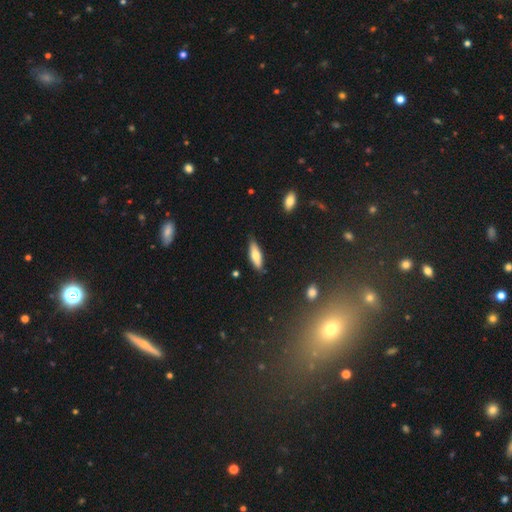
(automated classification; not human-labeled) This appears to be a smooth galaxy with no disk features (72%) that is cigar-shaped (50%). Merging: none (80%).